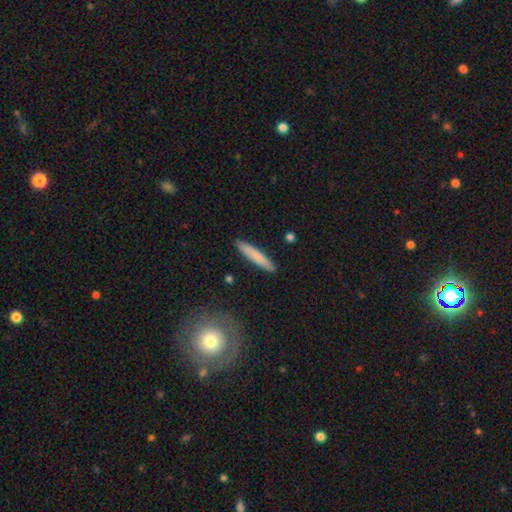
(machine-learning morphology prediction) Smooth or featured?
  - smooth: 77% *
  - featured or disk: 18%
  - star or artifact: 5%
How rounded?
  - cigar-shaped: 93% *
  - in between: 5%
  - round: 1%
Merging?
  - none: 91% *
  - minor disturbance: 6%
  - merger: 2%
  - major disturbance: 1%